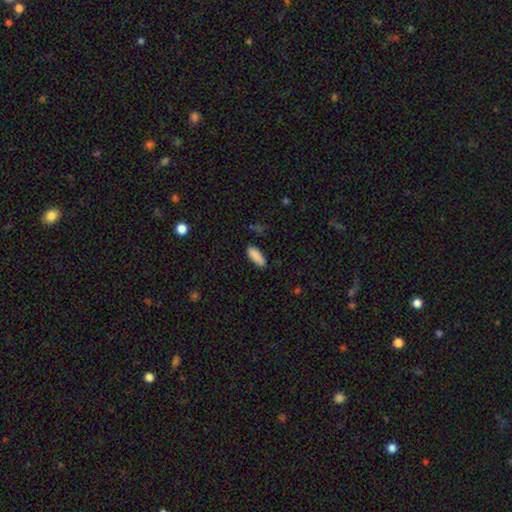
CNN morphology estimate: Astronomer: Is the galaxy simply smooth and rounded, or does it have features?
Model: smooth — 88%.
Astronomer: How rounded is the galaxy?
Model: in between — 67%.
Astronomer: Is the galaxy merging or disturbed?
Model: none — 84%.